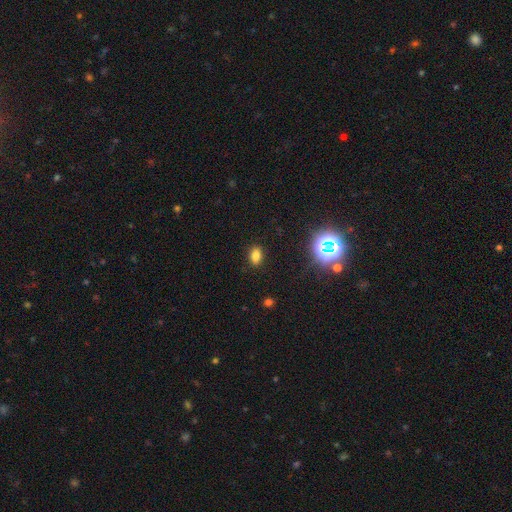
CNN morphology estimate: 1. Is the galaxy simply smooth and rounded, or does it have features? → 76% smooth, 18% star or artifact, 6% featured or disk.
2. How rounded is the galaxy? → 83% in between, 15% round, 2% cigar-shaped.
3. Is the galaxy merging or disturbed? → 88% none, 8% minor disturbance, 3% major disturbance, 1% merger.